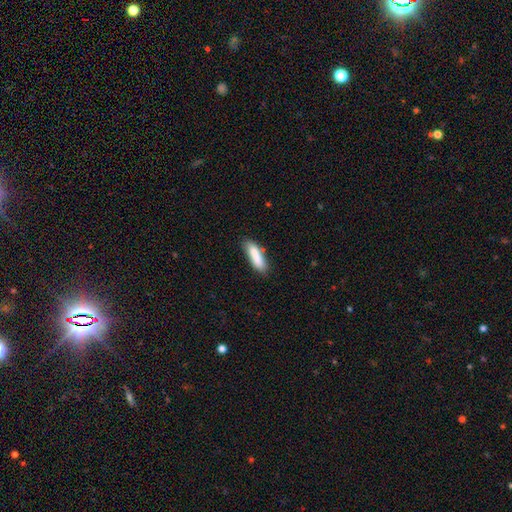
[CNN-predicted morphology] Q: Smooth or featured?
A: smooth (84%); runner-up: featured or disk (9%)
Q: How rounded?
A: cigar-shaped (64%); runner-up: in between (35%)
Q: Merging?
A: none (76%); runner-up: minor disturbance (17%)